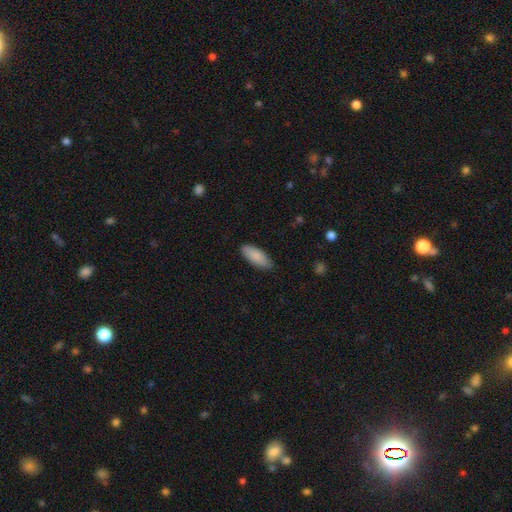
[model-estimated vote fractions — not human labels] This is clearly a smooth galaxy (89%). How rounded: likely in between (80%). Merging: clearly none (86%).